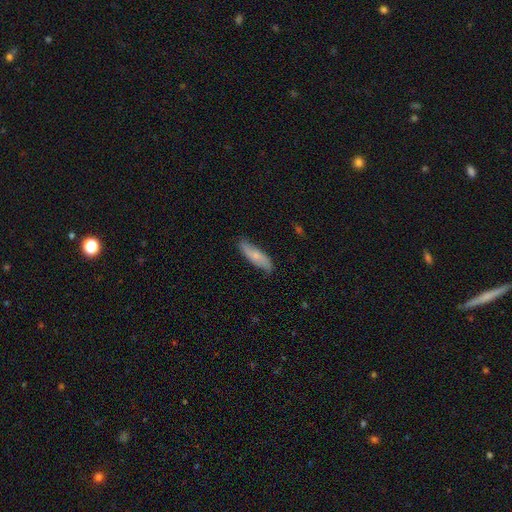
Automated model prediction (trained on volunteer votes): This appears to be a smooth galaxy with no disk features (56%) that is cigar-shaped (55%). Merging: none (78%).